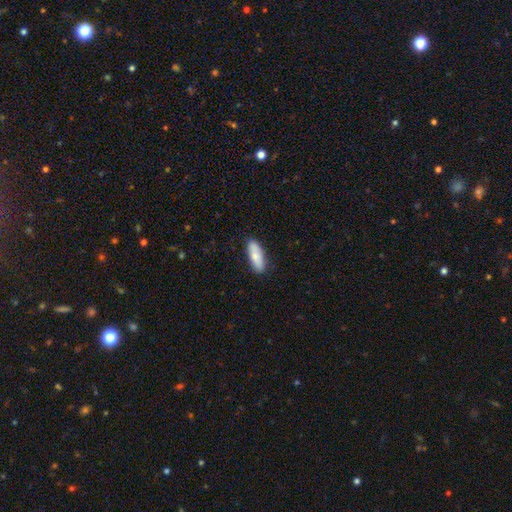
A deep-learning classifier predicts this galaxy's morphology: Q: Smooth or featured?
A: smooth (79%); runner-up: featured or disk (15%)
Q: How rounded?
A: in between (61%); runner-up: cigar-shaped (37%)
Q: Merging?
A: none (87%); runner-up: minor disturbance (10%)